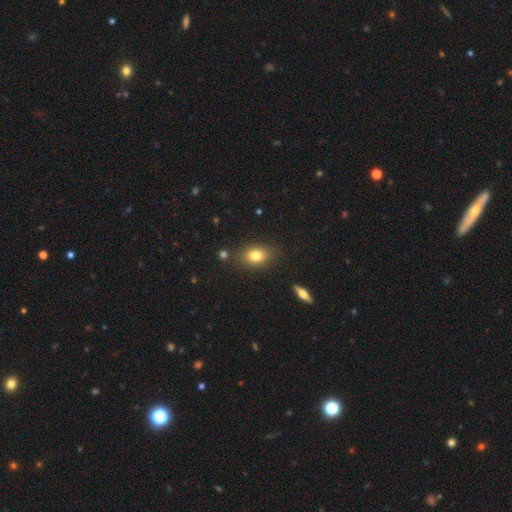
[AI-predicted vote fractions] A smooth galaxy with no disk features (78%) that is in between round and cigar-shaped (72%).

Vote fractions:
- Smooth or featured? smooth: 78% / featured or disk: 11% / star or artifact: 11%
- How rounded? in between: 72% / round: 25% / cigar-shaped: 3%
- Merging? none: 81% / minor disturbance: 12% / merger: 4% / major disturbance: 3%